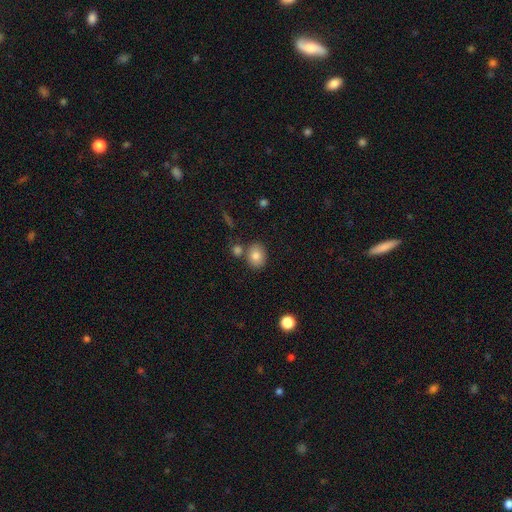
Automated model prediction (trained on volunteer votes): smooth-or-featured: smooth: 81% | featured or disk: 10% | star or artifact: 9%
  how-rounded: round: 50% | in between: 49% | cigar-shaped: 1%
  merging: none: 71% | merger: 15% | minor disturbance: 11% | major disturbance: 3%